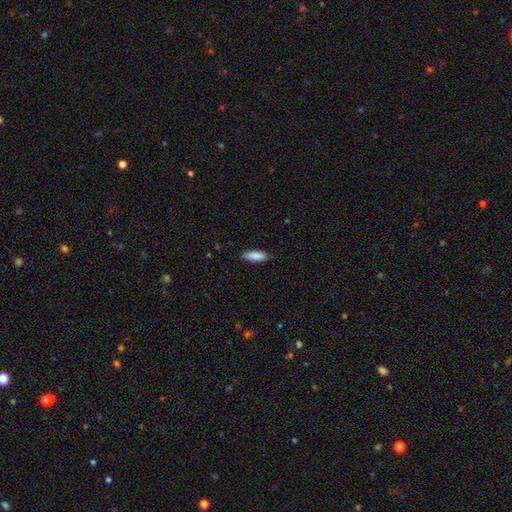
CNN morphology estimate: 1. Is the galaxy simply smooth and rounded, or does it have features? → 87% smooth, 7% featured or disk, 6% star or artifact.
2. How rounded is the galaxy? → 54% in between, 44% cigar-shaped, 2% round.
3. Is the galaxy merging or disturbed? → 81% none, 15% minor disturbance, 2% major disturbance, 1% merger.